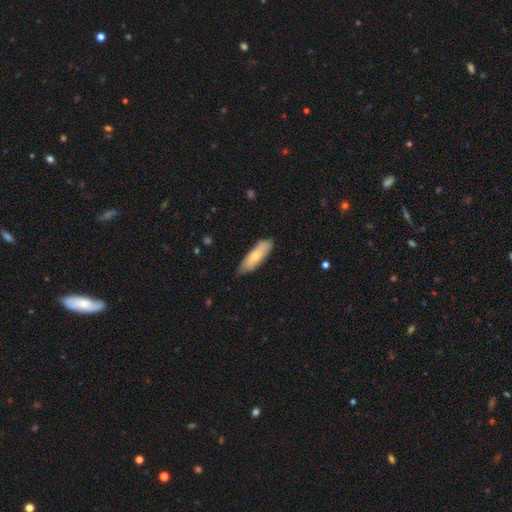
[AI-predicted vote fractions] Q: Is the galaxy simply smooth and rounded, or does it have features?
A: smooth — 67%.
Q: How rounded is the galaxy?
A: in between — 51%.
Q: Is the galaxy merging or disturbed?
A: none — 76%.